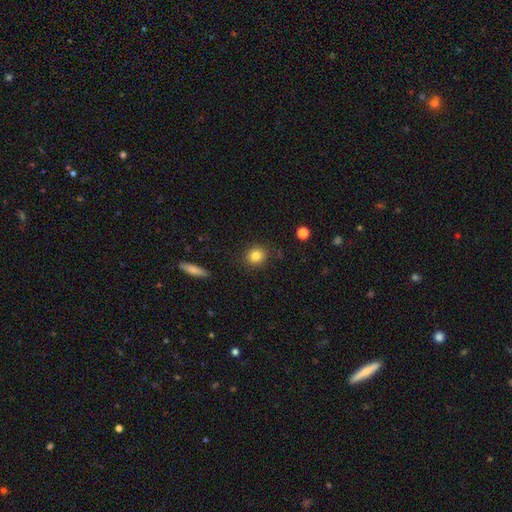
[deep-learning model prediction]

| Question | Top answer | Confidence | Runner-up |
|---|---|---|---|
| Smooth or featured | smooth | 84% | star or artifact (10%) |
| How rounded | round | 78% | in between (20%) |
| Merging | none | 85% | minor disturbance (10%) |